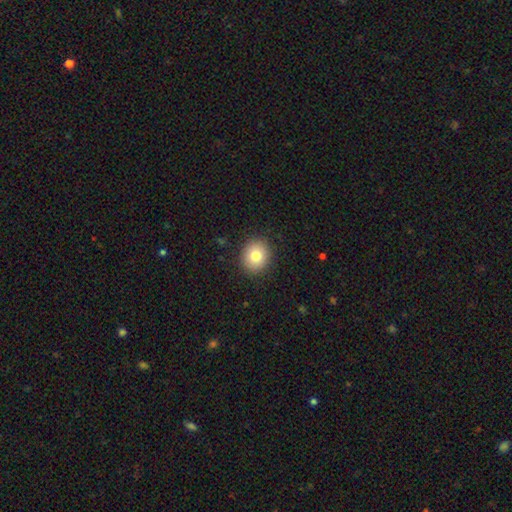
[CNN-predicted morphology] A smooth galaxy with no disk features (81%) that is round (76%).

Vote fractions:
- Smooth or featured? smooth: 81% / featured or disk: 10% / star or artifact: 9%
- How rounded? round: 76% / in between: 23% / cigar-shaped: 1%
- Merging? none: 90% / minor disturbance: 7% / major disturbance: 2% / merger: 1%